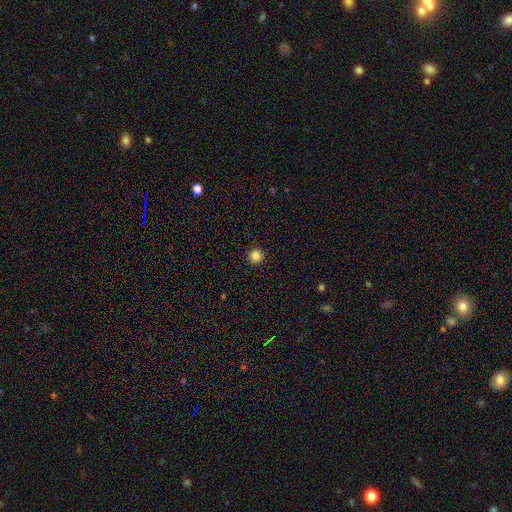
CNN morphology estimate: smooth-or-featured: smooth: 85% | star or artifact: 12% | featured or disk: 3%
  how-rounded: round: 95% | in between: 4% | cigar-shaped: 1%
  merging: none: 93% | minor disturbance: 5% | major disturbance: 2% | merger: 1%